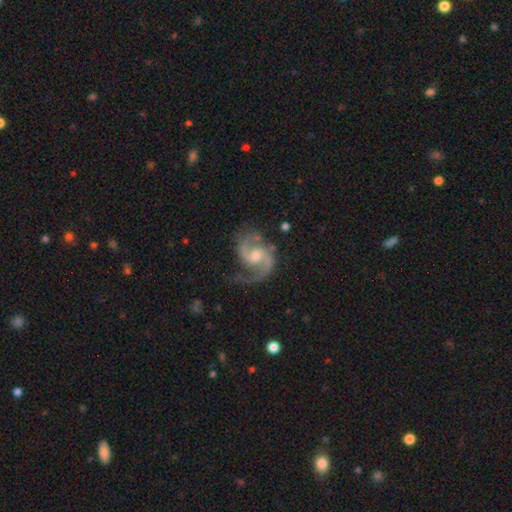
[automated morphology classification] smooth_or_featured: featured or disk (p=0.92) [alt: star or artifact p=0.04]
disk_edge_on: no (p=0.98) [alt: yes p=0.02]
bar: no (p=0.49) [alt: weak p=0.43]
has_spiral_arms: yes (p=0.98) [alt: no p=0.02]
spiral_winding: medium (p=0.61) [alt: loose p=0.23]
spiral_arm_count: 2 (p=0.92) [alt: 1 p=0.03]
bulge_size: moderate (p=0.60) [alt: small p=0.28]
merging: none (p=0.67) [alt: minor disturbance p=0.20]